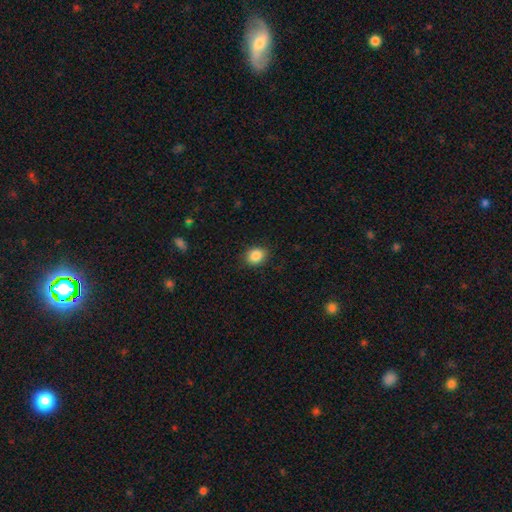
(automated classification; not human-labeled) smooth 87%, star or artifact 9%, featured or disk 5%. Down the decision tree: how rounded — round (53%); merging — none (86%).